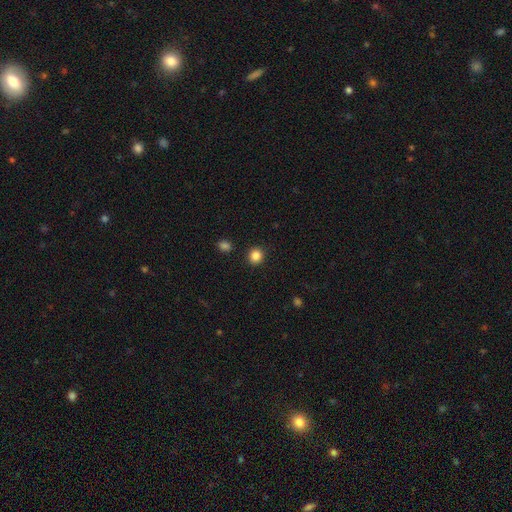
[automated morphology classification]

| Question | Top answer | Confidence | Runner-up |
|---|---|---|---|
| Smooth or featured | smooth | 86% | star or artifact (11%) |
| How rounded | round | 89% | in between (10%) |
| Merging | none | 91% | minor disturbance (6%) |